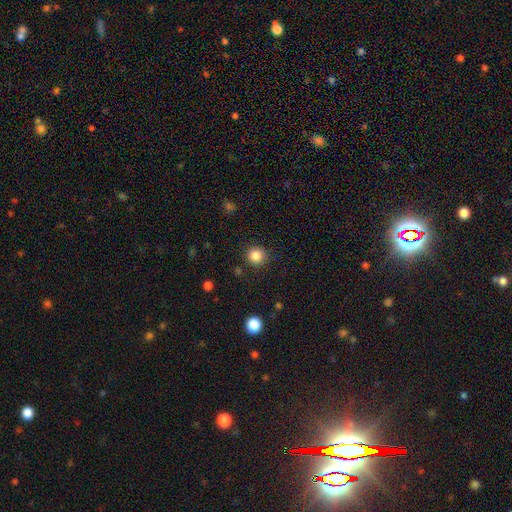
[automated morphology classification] Smooth or featured: smooth — 85% (star or artifact — 11%)
How rounded: round — 93% (in between — 6%)
Merging: none — 88% (minor disturbance — 8%)